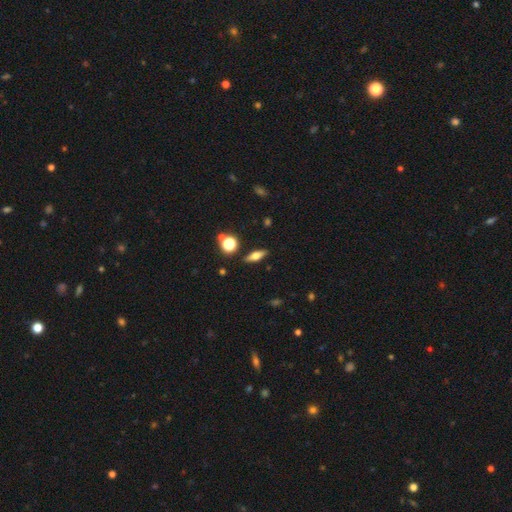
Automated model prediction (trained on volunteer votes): Overall: smooth (47%; featured or disk 42%). Merging: none (88%).